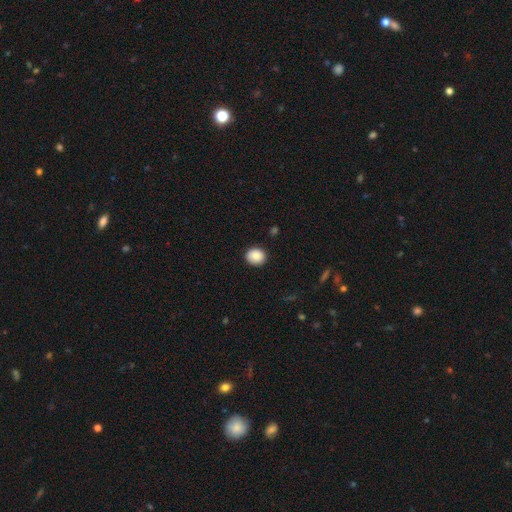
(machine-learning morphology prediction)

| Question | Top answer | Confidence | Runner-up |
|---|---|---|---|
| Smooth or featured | smooth | 88% | star or artifact (8%) |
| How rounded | round | 72% | in between (27%) |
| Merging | none | 89% | minor disturbance (8%) |